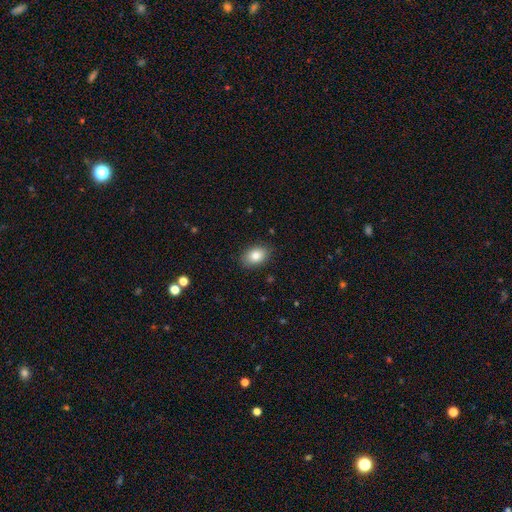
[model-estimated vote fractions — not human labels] Smooth or featured: smooth — 82% (featured or disk — 10%)
How rounded: in between — 84% (round — 15%)
Merging: none — 86% (minor disturbance — 10%)